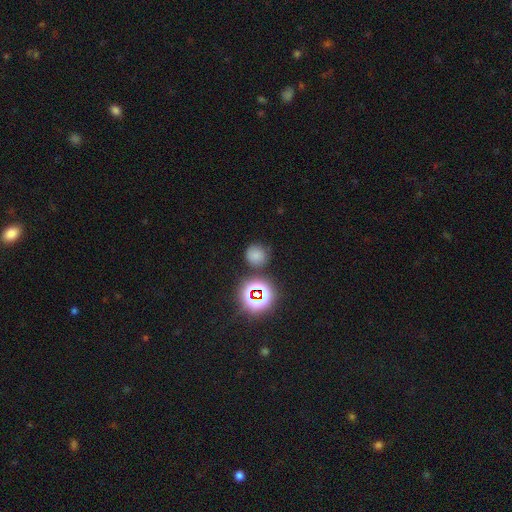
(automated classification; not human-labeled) A smooth galaxy with no disk features (68%) that is round (87%).

Vote fractions:
- Smooth or featured? smooth: 68% / star or artifact: 24% / featured or disk: 8%
- How rounded? round: 87% / in between: 12% / cigar-shaped: 1%
- Merging? none: 77% / minor disturbance: 13% / merger: 6% / major disturbance: 5%